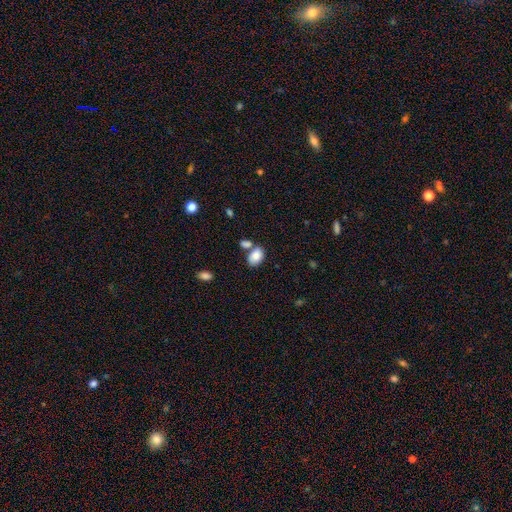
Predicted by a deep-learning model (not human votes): Smooth or featured: smooth — 85% (star or artifact — 8%)
How rounded: in between — 85% (round — 13%)
Merging: none — 51% (merger — 30%)